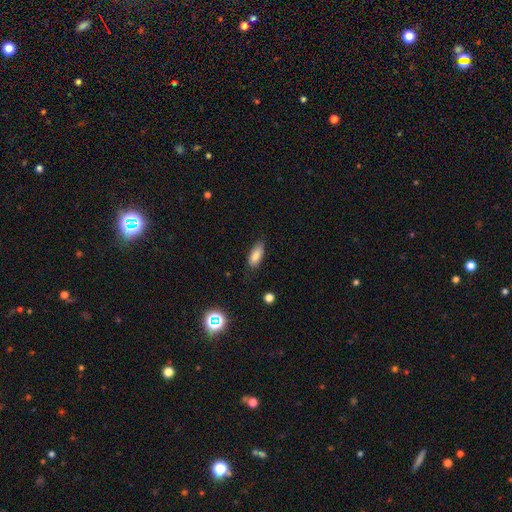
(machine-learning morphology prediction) This appears to be a smooth galaxy with no disk features (84%) that is in between round and cigar-shaped (81%). Merging: none (77%).